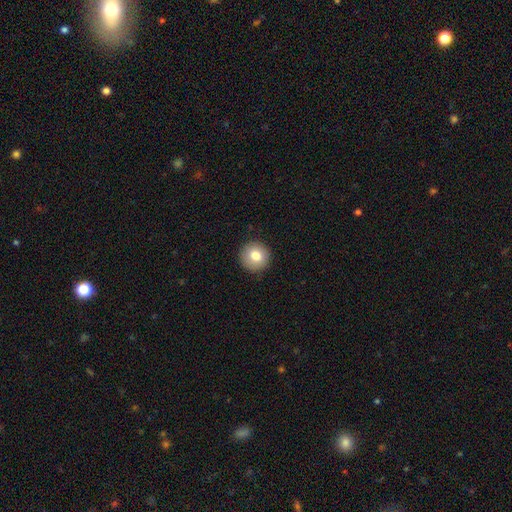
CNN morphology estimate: Smooth or featured? smooth (80%)
How rounded? round (94%)
Merging? none (91%)